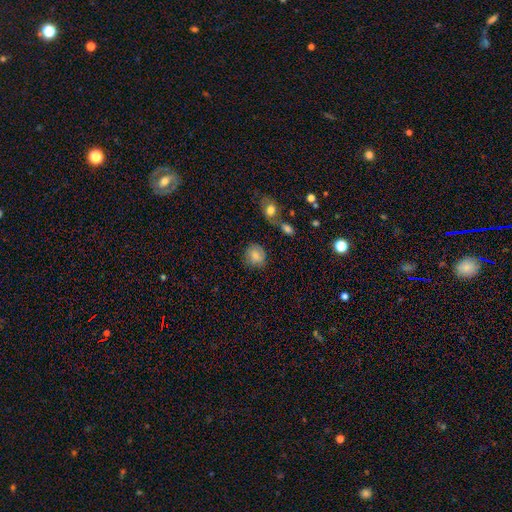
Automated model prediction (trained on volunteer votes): smooth 81%, featured or disk 11%, star or artifact 9%. Down the decision tree: how rounded — round (77%); merging — none (74%).